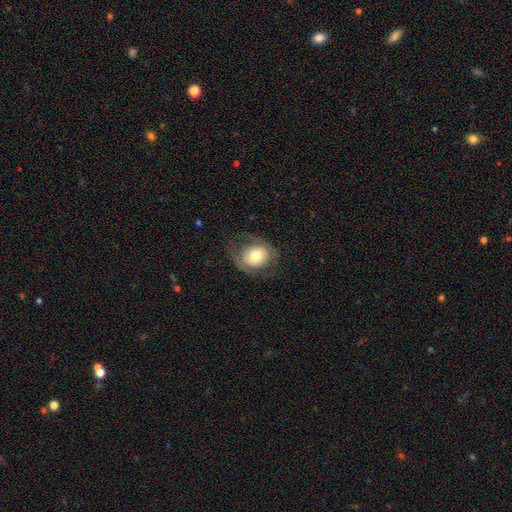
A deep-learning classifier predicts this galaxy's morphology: Smooth or featured? Predicted: smooth (p=0.56). How rounded? Predicted: round (p=0.62). Merging? Predicted: none (p=0.63).